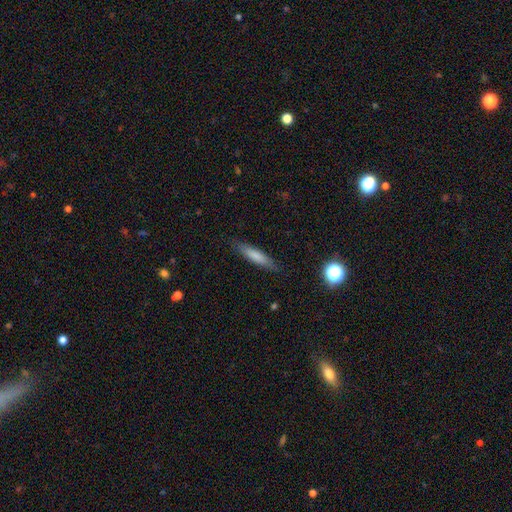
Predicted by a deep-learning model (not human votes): smooth_or_featured: smooth (p=0.76) [alt: featured or disk p=0.17]
how_rounded: cigar-shaped (p=0.82) [alt: in between p=0.17]
merging: none (p=0.85) [alt: minor disturbance p=0.12]